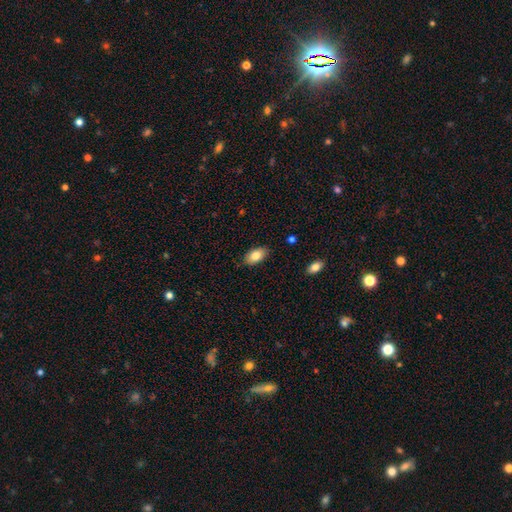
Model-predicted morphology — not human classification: type=smooth (81%); roundness=in between (93%); merging=none (86%).